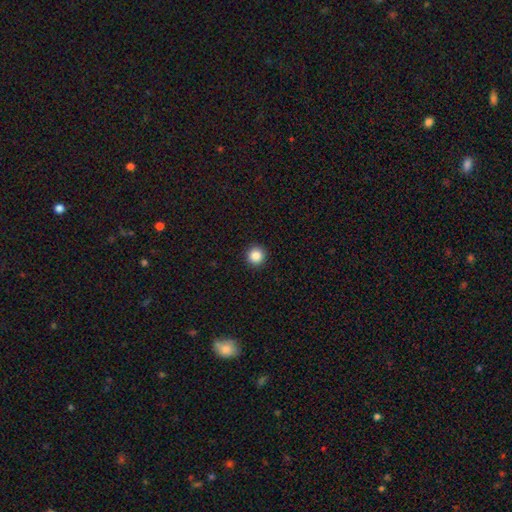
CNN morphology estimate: The model was most divided on "smooth or featured": smooth: 86%, star or artifact: 10%, featured or disk: 4%. More confident: how rounded — round (96%); merging — none (94%).